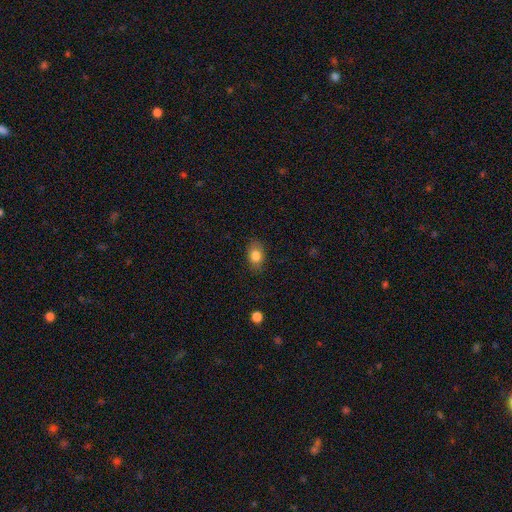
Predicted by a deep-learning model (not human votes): Smooth or featured? Predicted: smooth (p=0.81). How rounded? Predicted: in between (p=0.83). Merging? Predicted: none (p=0.79).